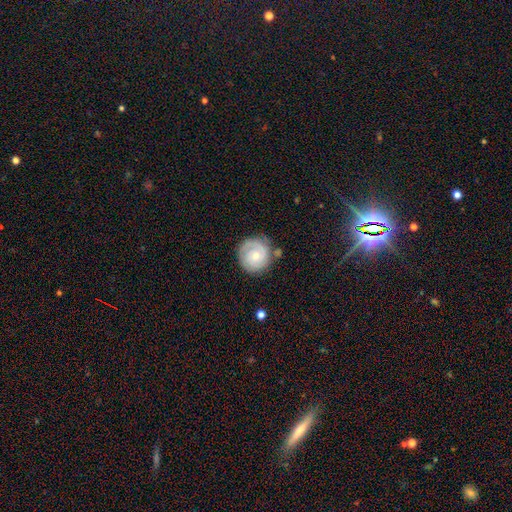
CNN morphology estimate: type=featured or disk (62%); edge-on=no (98%); bar=no (74%); spiral arms=yes (90%); winding=tight (65%); arm count=2 (51%); bulge=small (57%); merging=none (77%).